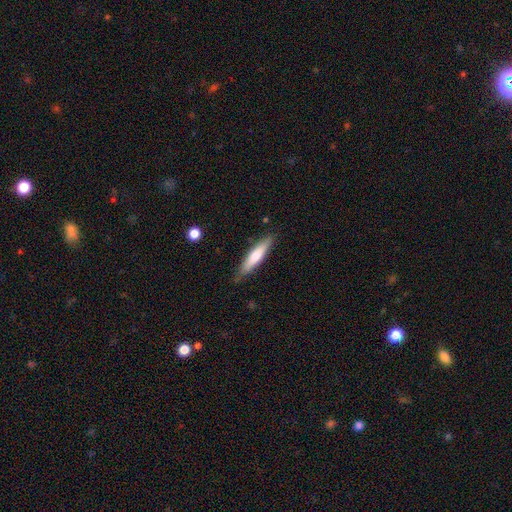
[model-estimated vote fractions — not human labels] A smooth galaxy with no disk features (62%) that is cigar-shaped (83%). Merging: none (84%).